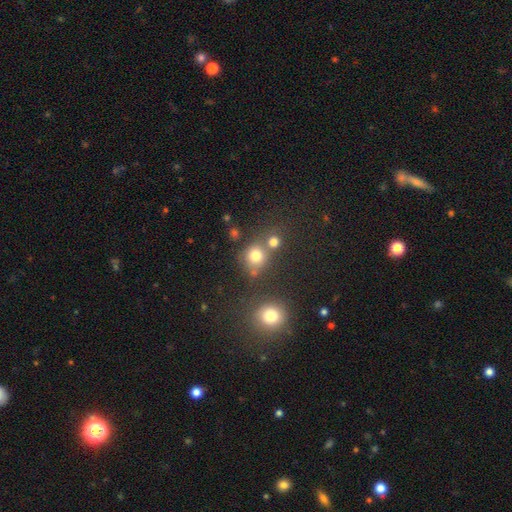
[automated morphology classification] Smooth or featured? Predicted: smooth (p=0.76). How rounded? Predicted: round (p=0.85). Merging? Predicted: none (p=0.59).